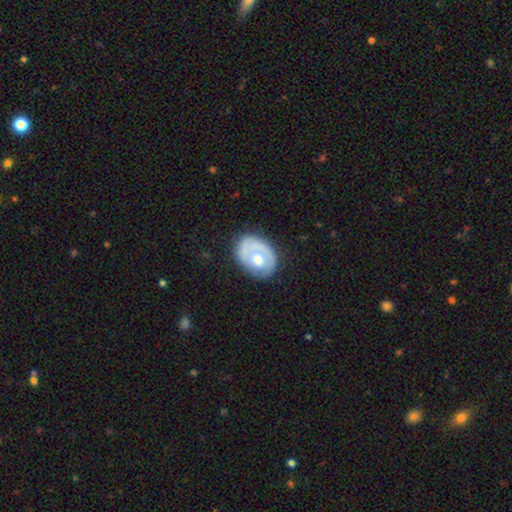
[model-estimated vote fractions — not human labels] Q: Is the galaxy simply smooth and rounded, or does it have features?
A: featured or disk — 57%.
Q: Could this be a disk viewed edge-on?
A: no — 96%.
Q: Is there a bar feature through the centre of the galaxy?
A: no — 84%.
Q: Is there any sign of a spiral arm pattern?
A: yes — 51%.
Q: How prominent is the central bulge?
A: moderate — 69%.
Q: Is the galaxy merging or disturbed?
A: none — 62%.